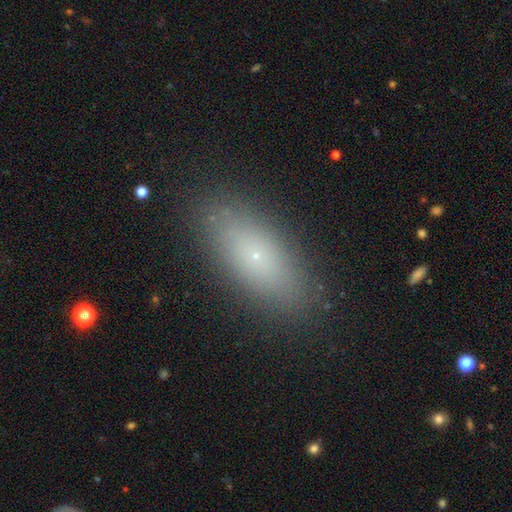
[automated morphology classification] Smooth or featured?
  - smooth: 67% *
  - featured or disk: 22%
  - star or artifact: 12%
How rounded?
  - in between: 74% *
  - cigar-shaped: 21%
  - round: 5%
Merging?
  - none: 87% *
  - minor disturbance: 9%
  - major disturbance: 3%
  - merger: 1%